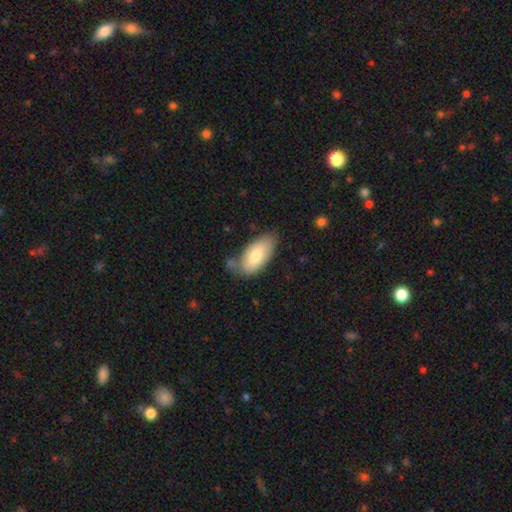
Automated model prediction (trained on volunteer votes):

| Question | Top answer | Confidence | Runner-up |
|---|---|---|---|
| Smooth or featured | smooth | 75% | featured or disk (19%) |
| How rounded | in between | 92% | cigar-shaped (5%) |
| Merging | none | 64% | minor disturbance (24%) |